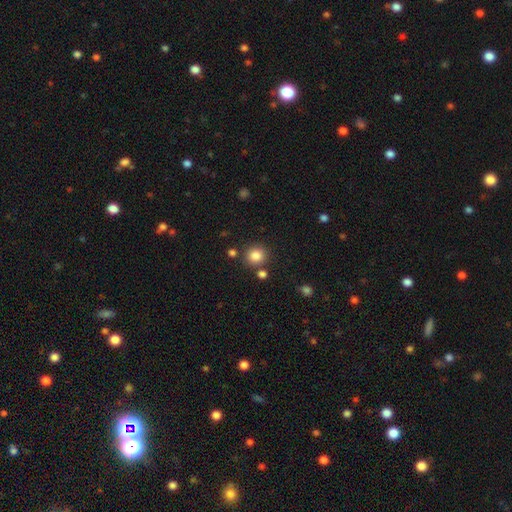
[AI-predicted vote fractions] A smooth galaxy with no disk features (84%) that is round (89%). Merging: none (81%).